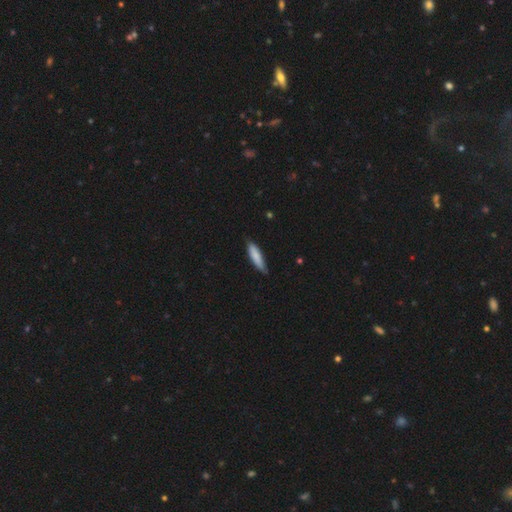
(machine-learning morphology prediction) The model was most divided on "how rounded": cigar-shaped: 74%, in between: 24%, round: 1%. More confident: smooth or featured — smooth (81%); merging — none (76%).